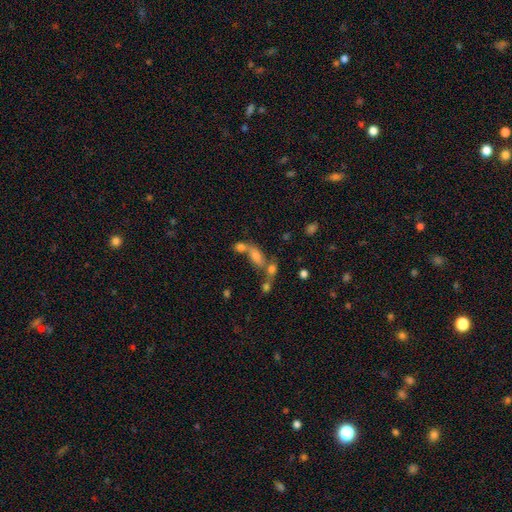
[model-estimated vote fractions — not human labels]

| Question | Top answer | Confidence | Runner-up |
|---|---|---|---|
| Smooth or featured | smooth | 52% | featured or disk (26%) |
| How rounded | in between | 69% | cigar-shaped (16%) |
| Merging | merger | 57% | none (26%) |